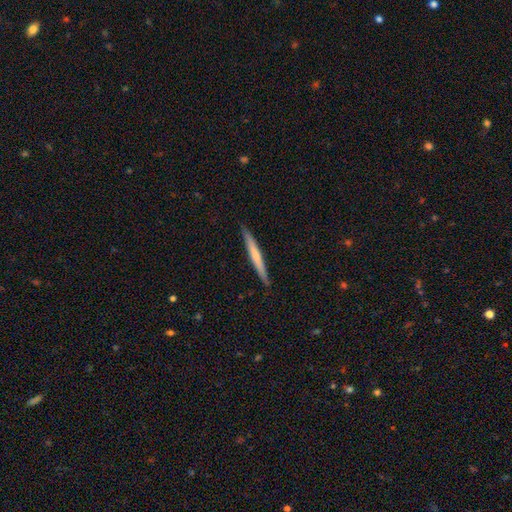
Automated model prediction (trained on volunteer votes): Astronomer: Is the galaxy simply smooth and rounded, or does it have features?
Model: smooth — 51% (runner-up: featured or disk, 44%).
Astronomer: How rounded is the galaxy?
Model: cigar-shaped — 96%.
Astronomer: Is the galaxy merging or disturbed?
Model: none — 91%.